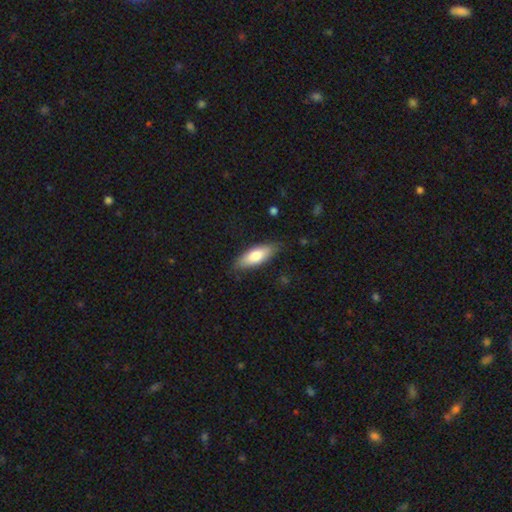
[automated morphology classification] This appears to be a smooth galaxy with no disk features (76%) that is in between round and cigar-shaped (68%). Merging: none (82%).